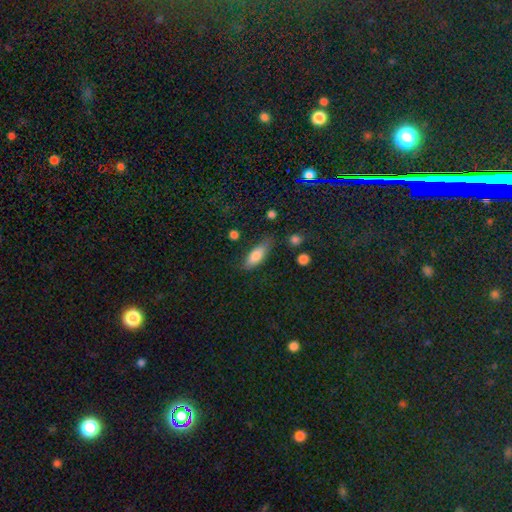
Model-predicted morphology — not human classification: A smooth galaxy with no disk features (80%) that is in between round and cigar-shaped (68%).

Vote fractions:
- Smooth or featured? smooth: 80% / featured or disk: 13% / star or artifact: 7%
- How rounded? in between: 68% / cigar-shaped: 29% / round: 2%
- Merging? none: 69% / minor disturbance: 22% / major disturbance: 6% / merger: 3%